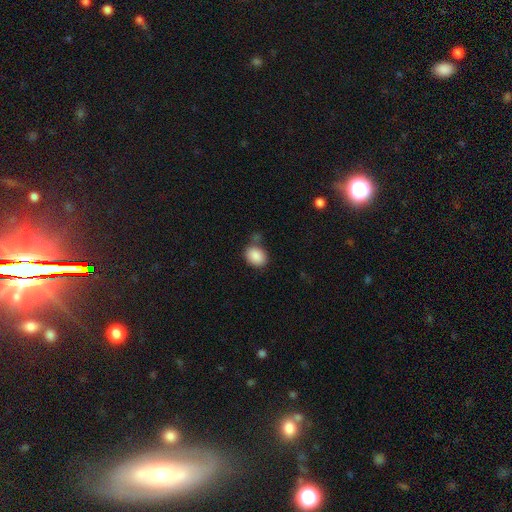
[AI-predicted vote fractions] This is clearly a smooth galaxy (88%). How rounded: likely in between (61%). Merging: likely none (67%).